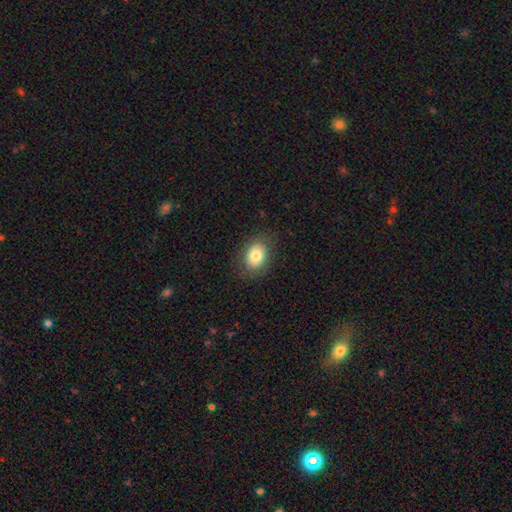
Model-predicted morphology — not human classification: This appears to be a smooth galaxy with no disk features (81%) that is in between round and cigar-shaped (74%). Merging: none (85%).